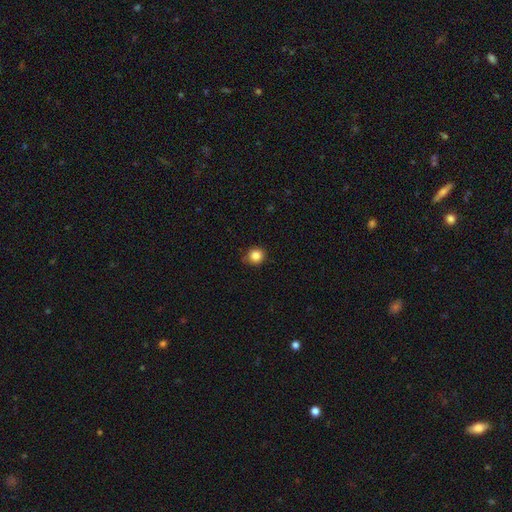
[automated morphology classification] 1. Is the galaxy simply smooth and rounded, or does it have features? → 85% smooth, 11% star or artifact, 5% featured or disk.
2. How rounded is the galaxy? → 90% round, 9% in between, 1% cigar-shaped.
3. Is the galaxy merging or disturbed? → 83% none, 14% minor disturbance, 2% major disturbance, 1% merger.